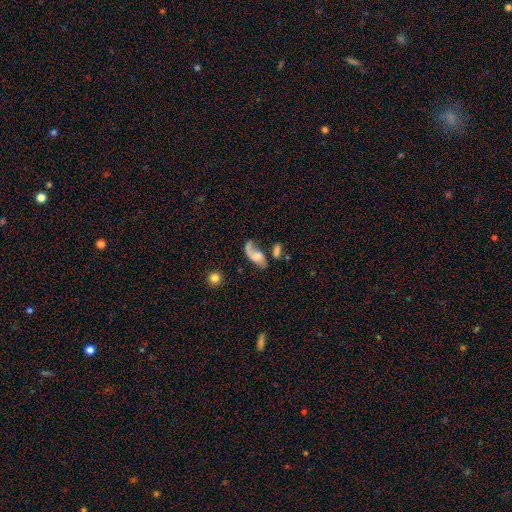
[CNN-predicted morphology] type=featured or disk (56%); edge-on=no (94%); bar=no (64%); spiral arms=yes (82%); bulge=none (39%); merging=none (31%).